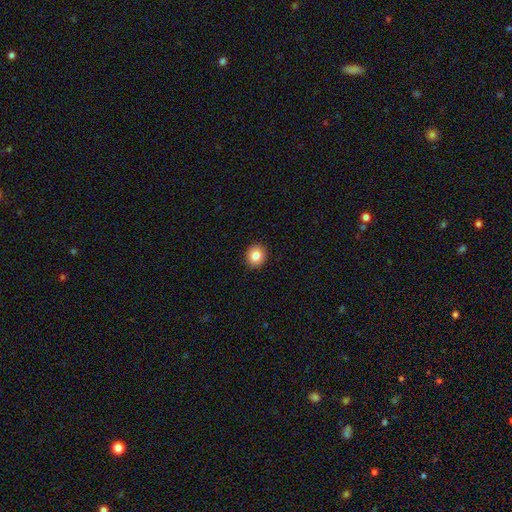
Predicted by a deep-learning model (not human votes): Overall: smooth (85%). How rounded: round (83%). Merging: none (92%).